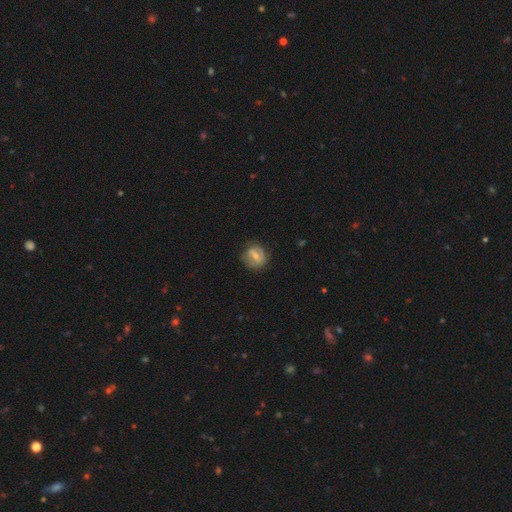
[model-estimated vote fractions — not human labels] This is possibly a featured or disk galaxy (55%). It is clearly not viewed edge-on (96%). Bar: possibly weak (50%). Spiral arm pattern: likely yes (64%). Central bulge: possibly moderate (49%). Merging: likely none (73%).